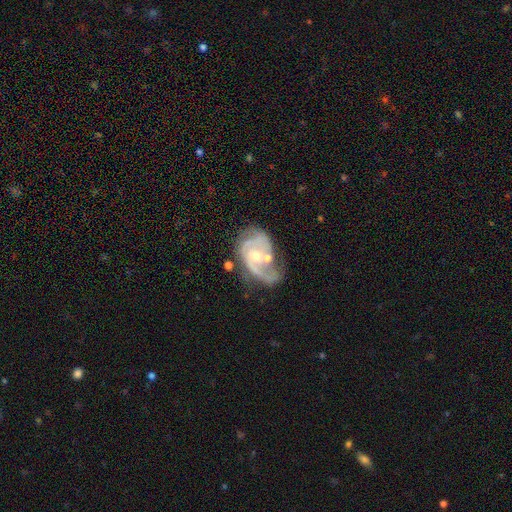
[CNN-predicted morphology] A featured or disk galaxy (84%) with no bar (59%), 2 (52%) medium (45%) spiral arms (92%) and a small central bulge (53%). Merging: none (41%).